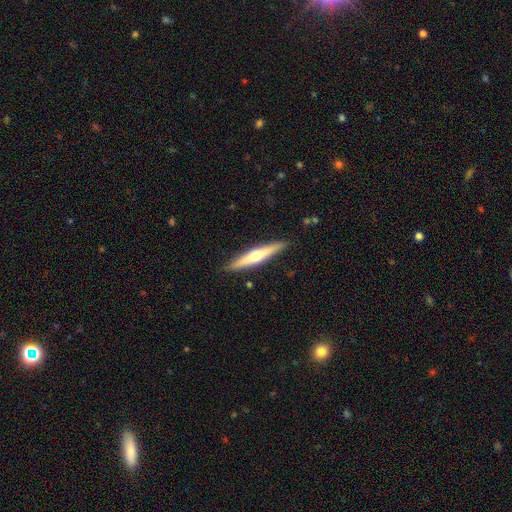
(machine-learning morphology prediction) This is likely a featured or disk galaxy (60%). It is clearly viewed edge-on (96%). Edge-on bulge: clearly rounded (91%). Merging: clearly none (90%).